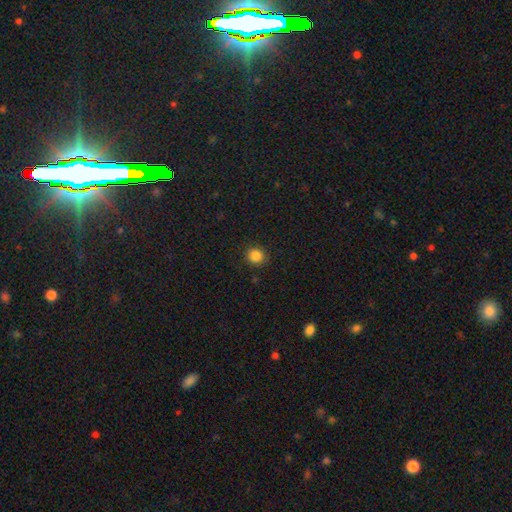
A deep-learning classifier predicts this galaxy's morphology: The model was most divided on "smooth or featured": smooth: 85%, star or artifact: 11%, featured or disk: 4%. More confident: merging — none (89%); how rounded — round (88%).